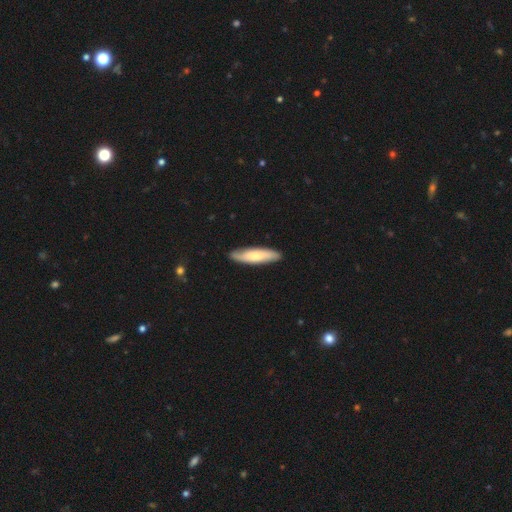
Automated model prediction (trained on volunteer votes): smooth-or-featured: smooth: 63% | featured or disk: 32% | star or artifact: 5%
  how-rounded: cigar-shaped: 71% | in between: 28% | round: 1%
  merging: none: 87% | minor disturbance: 10% | major disturbance: 2% | merger: 1%